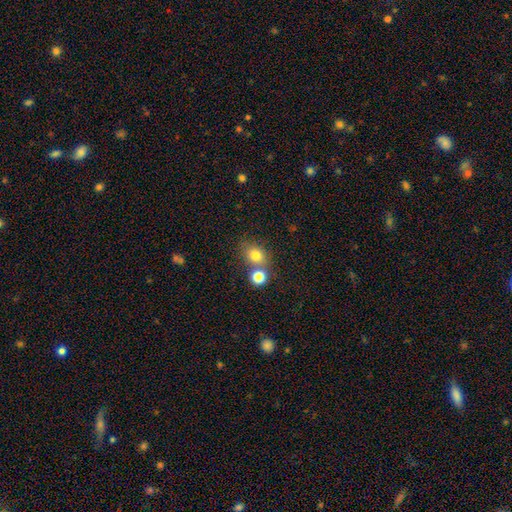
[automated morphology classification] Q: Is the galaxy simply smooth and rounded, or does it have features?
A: smooth — 78%.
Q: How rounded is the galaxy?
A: round — 63%.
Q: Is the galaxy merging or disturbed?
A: none — 56%.